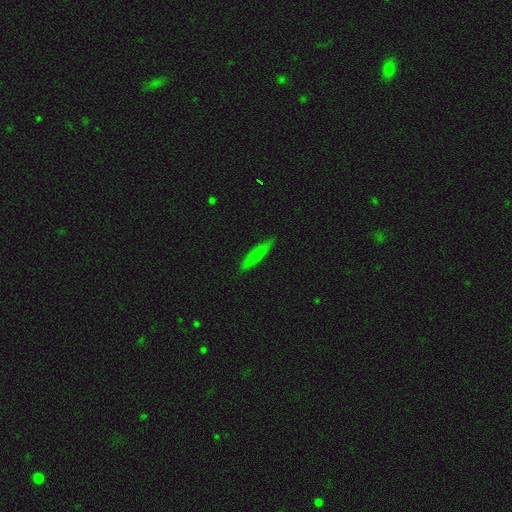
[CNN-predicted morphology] type=smooth (74%); roundness=cigar-shaped (89%); merging=none (87%).